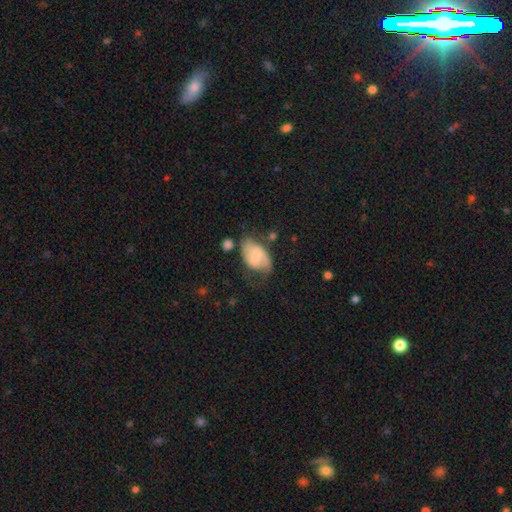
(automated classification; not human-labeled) smooth-or-featured: featured or disk: 49% | smooth: 44% | star or artifact: 7%
  merging: none: 39% | minor disturbance: 31% | major disturbance: 23% | merger: 6%